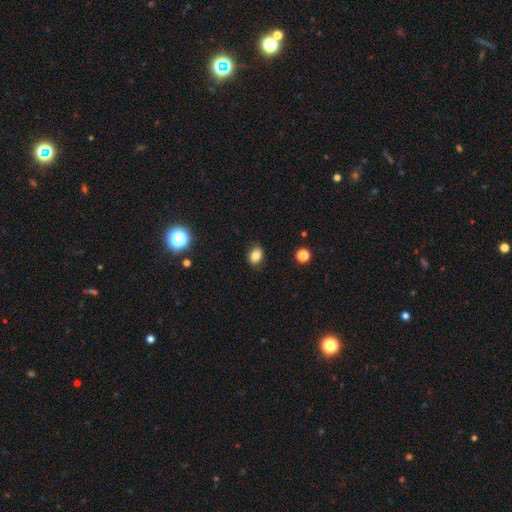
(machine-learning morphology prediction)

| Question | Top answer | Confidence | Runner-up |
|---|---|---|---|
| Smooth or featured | smooth | 83% | star or artifact (11%) |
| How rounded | in between | 65% | round (33%) |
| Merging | none | 86% | minor disturbance (10%) |